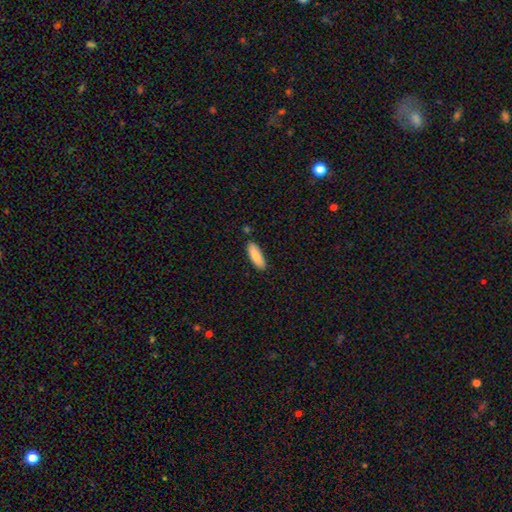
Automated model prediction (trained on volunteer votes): A smooth galaxy with no disk features (85%) that is in between round and cigar-shaped (61%). Merging: none (83%).